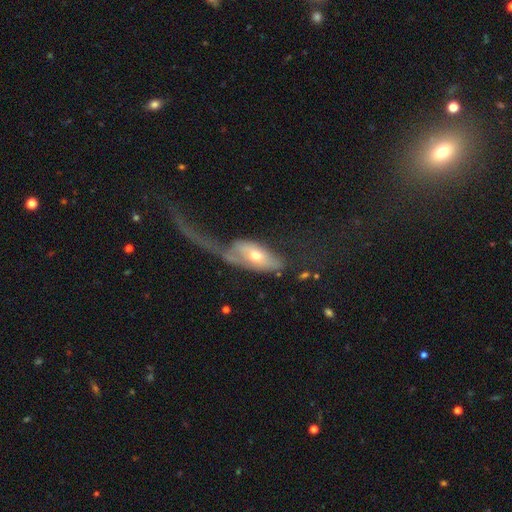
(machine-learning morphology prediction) smooth_or_featured: featured or disk (p=0.50) [alt: smooth p=0.44]
merging: major disturbance (p=0.61) [alt: none p=0.14]